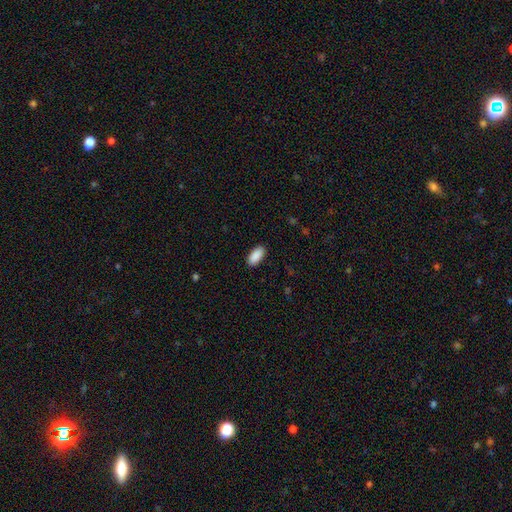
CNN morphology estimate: Overall: smooth (91%). How rounded: in between (92%). Merging: none (89%).